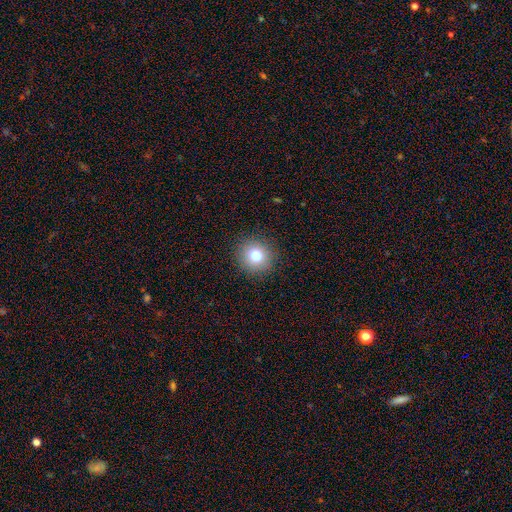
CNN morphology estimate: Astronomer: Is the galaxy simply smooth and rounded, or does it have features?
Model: smooth — 78%.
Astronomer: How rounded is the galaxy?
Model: round — 91%.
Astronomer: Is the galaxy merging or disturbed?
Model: none — 91%.